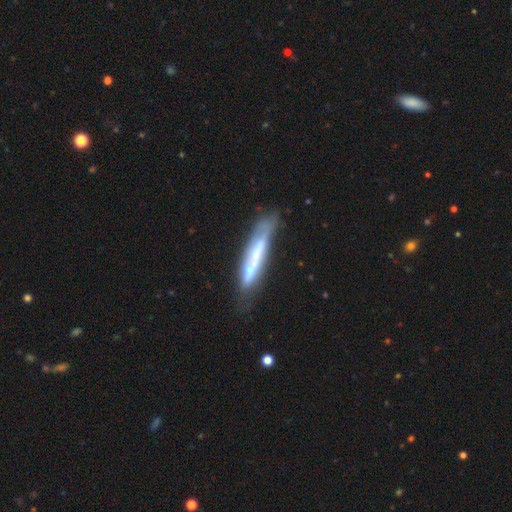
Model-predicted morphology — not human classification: smooth-or-featured: featured or disk: 54% | smooth: 38% | star or artifact: 7%
  disk-edge-on: yes: 68% | no: 32%
  merging: none: 61% | minor disturbance: 22% | major disturbance: 9% | merger: 8%